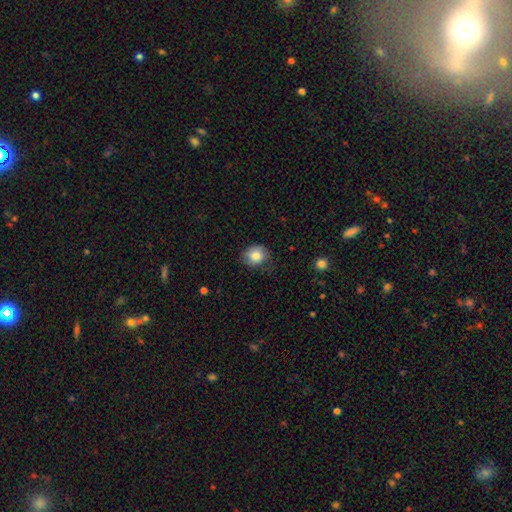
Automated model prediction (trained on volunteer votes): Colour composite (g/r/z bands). It shows a smooth galaxy with no disk features (79%) that is round (68%). Merging: none (60%).